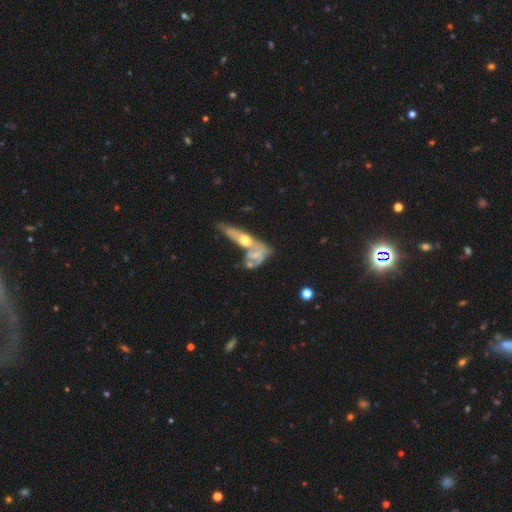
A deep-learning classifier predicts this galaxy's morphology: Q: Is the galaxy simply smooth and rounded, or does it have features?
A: featured or disk — 62%.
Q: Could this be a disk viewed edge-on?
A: no — 77%.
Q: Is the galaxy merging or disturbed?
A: merger — 58%.